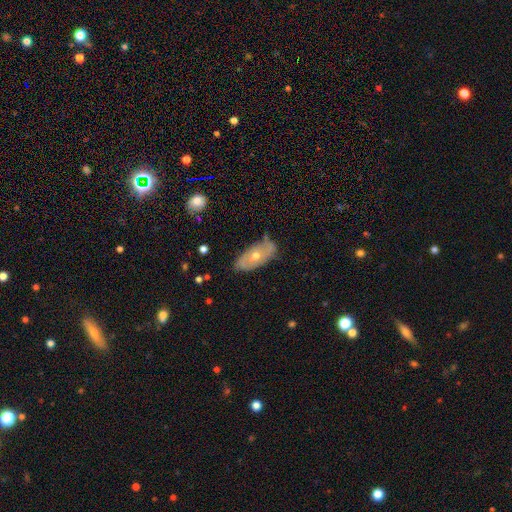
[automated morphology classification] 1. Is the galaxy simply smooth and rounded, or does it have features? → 59% featured or disk, 33% smooth, 8% star or artifact.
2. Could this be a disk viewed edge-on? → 83% no, 17% yes.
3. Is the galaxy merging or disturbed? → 71% none, 23% minor disturbance, 4% major disturbance, 2% merger.